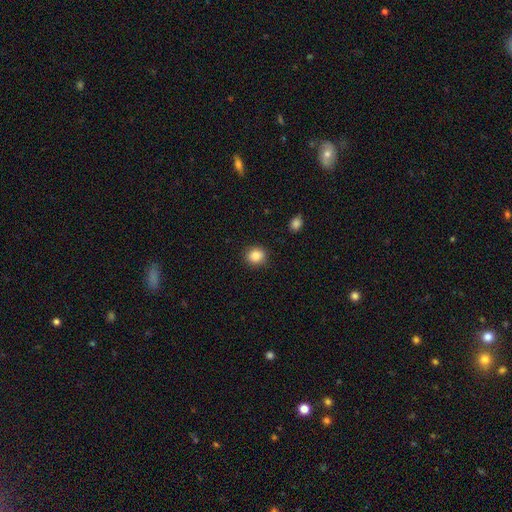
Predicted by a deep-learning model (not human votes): This appears to be a smooth galaxy with no disk features (87%) that is round (78%). Merging: none (88%).